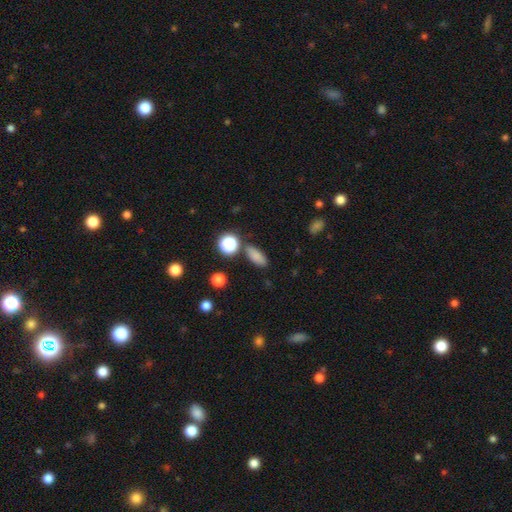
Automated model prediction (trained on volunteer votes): A smooth galaxy with no disk features (79%) that is in between round and cigar-shaped (70%). Merging: none (80%).